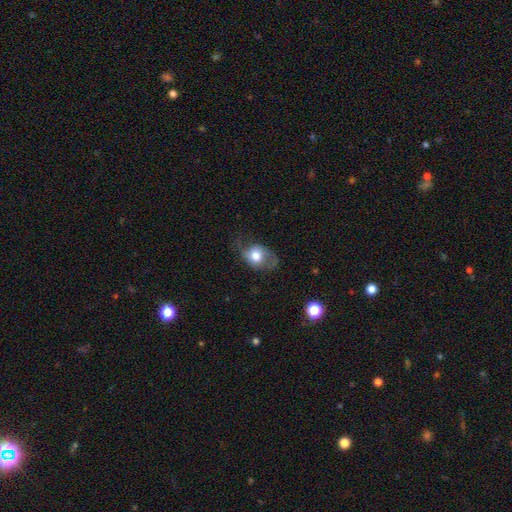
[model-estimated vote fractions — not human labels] This is likely a smooth galaxy (61%). How rounded: possibly in between (56%). Merging: marginally none (44%).